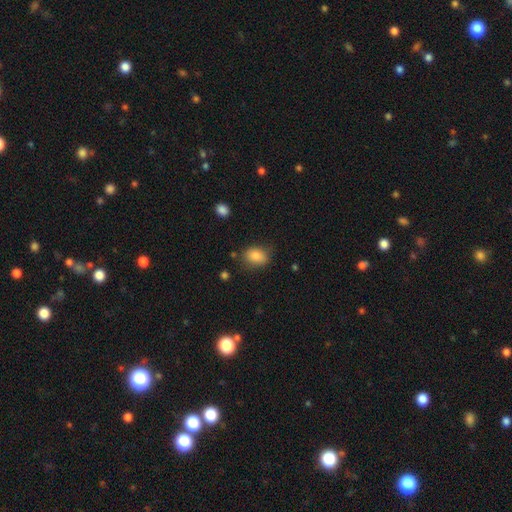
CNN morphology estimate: This is clearly a smooth galaxy (84%). How rounded: likely in between (72%). Merging: likely none (75%).